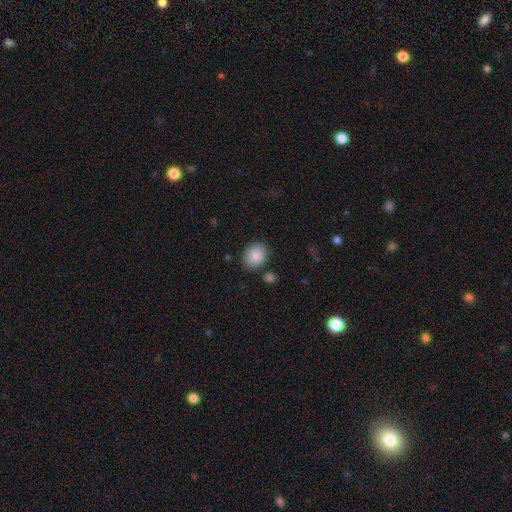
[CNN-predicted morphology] Smooth or featured? smooth (85%)
How rounded? round (51%)
Merging? none (83%)